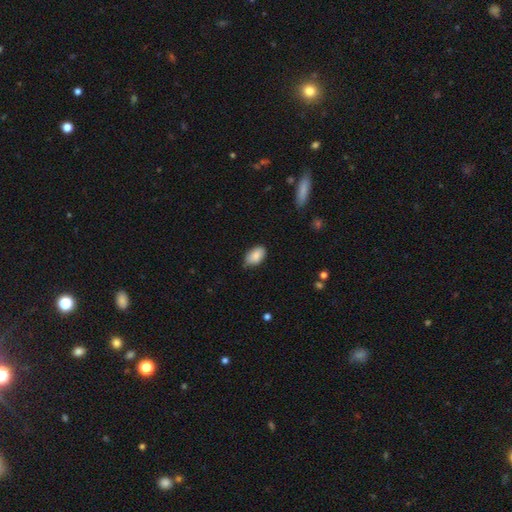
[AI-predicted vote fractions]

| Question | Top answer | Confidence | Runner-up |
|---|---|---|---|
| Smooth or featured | smooth | 87% | star or artifact (7%) |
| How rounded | in between | 93% | round (6%) |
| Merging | none | 77% | minor disturbance (19%) |